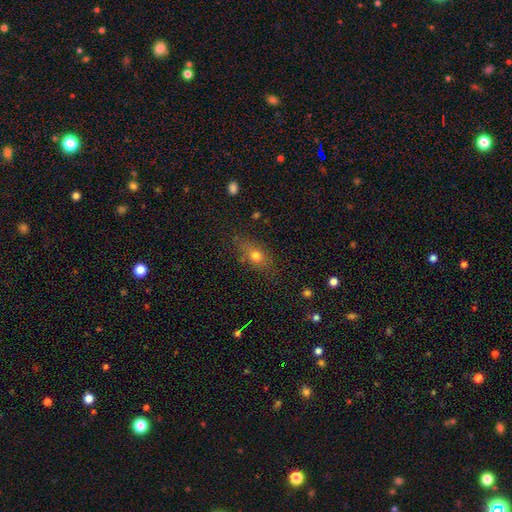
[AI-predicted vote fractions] A smooth galaxy with no disk features (70%) that is in between round and cigar-shaped (67%).

Vote fractions:
- Smooth or featured? smooth: 70% / featured or disk: 17% / star or artifact: 13%
- How rounded? in between: 67% / round: 20% / cigar-shaped: 13%
- Merging? none: 73% / minor disturbance: 18% / major disturbance: 6% / merger: 3%